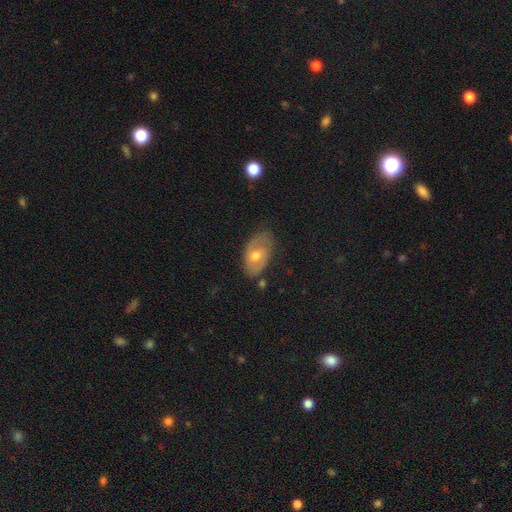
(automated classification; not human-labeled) This is possibly a featured or disk galaxy (53%). It is clearly not viewed edge-on (92%). Merging: likely none (65%).